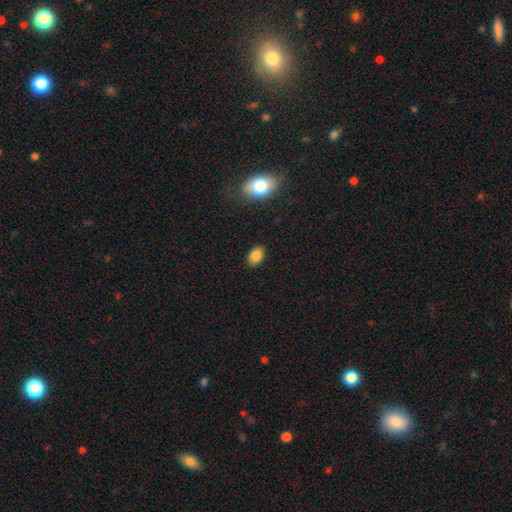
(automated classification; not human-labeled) The model was most divided on "how rounded": in between: 85%, round: 14%, cigar-shaped: 1%. More confident: merging — none (87%); smooth or featured — smooth (84%).